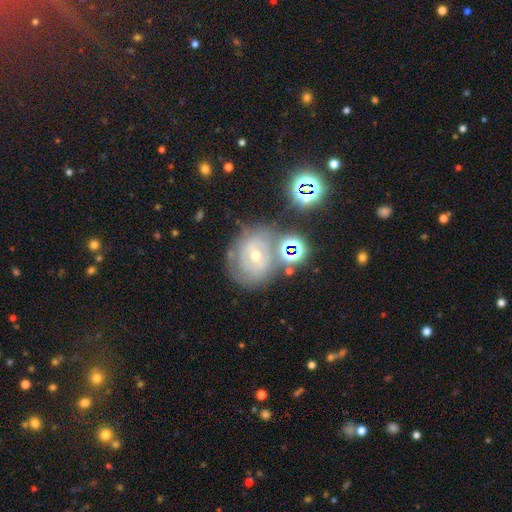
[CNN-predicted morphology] This is likely a featured or disk galaxy (64%). It is clearly not viewed edge-on (96%). Bar: likely no (63%). Spiral arm pattern: likely yes (69%). Central bulge: possibly moderate (54%). Merging: possibly none (59%).